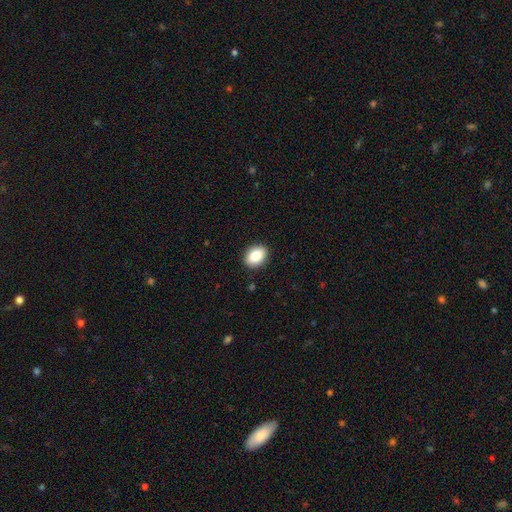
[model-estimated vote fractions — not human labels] Morphology: type=smooth (84%); roundness=in between (75%); merging=none (90%).